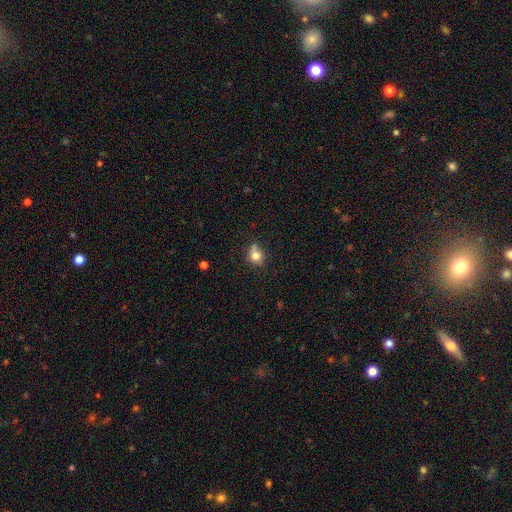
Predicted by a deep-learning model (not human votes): Smooth or featured? smooth (76%)
How rounded? round (74%)
Merging? none (55%)